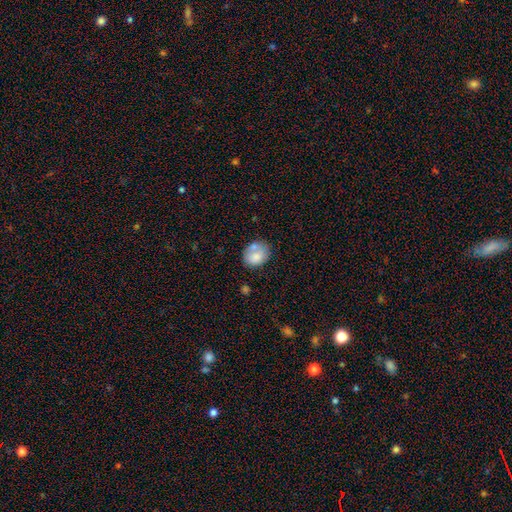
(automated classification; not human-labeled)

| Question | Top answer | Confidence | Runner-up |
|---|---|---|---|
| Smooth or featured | smooth | 75% | featured or disk (17%) |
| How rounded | in between | 55% | round (44%) |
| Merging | none | 52% | minor disturbance (21%) |